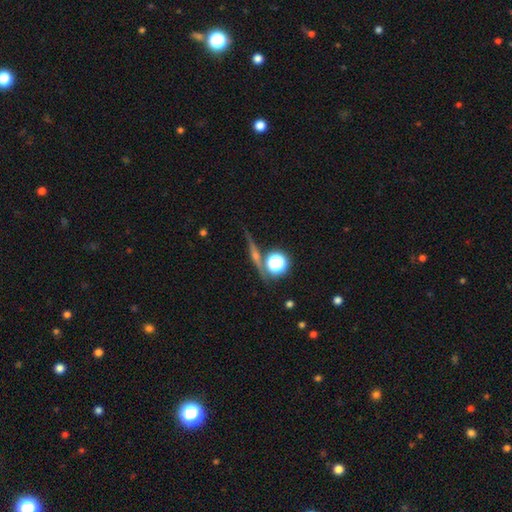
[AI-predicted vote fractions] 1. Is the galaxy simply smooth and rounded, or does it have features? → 45% featured or disk, 30% star or artifact, 25% smooth.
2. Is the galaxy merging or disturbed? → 77% none, 10% minor disturbance, 8% merger, 5% major disturbance.